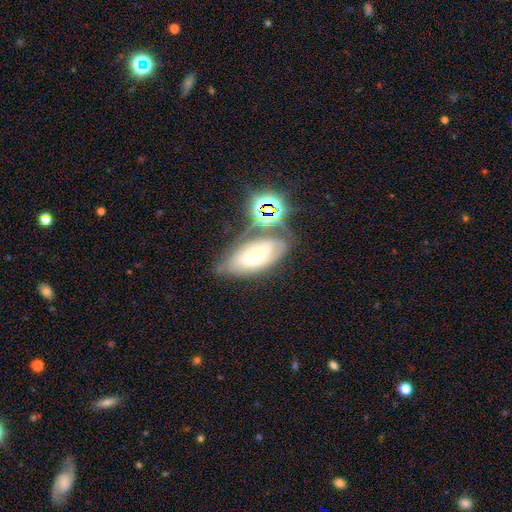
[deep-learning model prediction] A featured or disk galaxy (42%). Merging: none (55%).